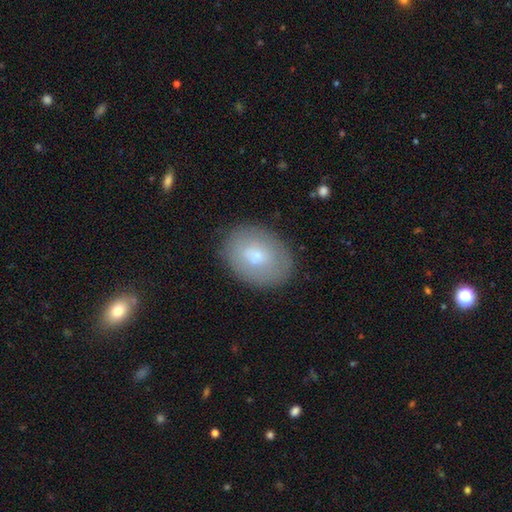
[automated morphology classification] A smooth galaxy with no disk features (64%) that is in between round and cigar-shaped (69%). Merging: none (82%).